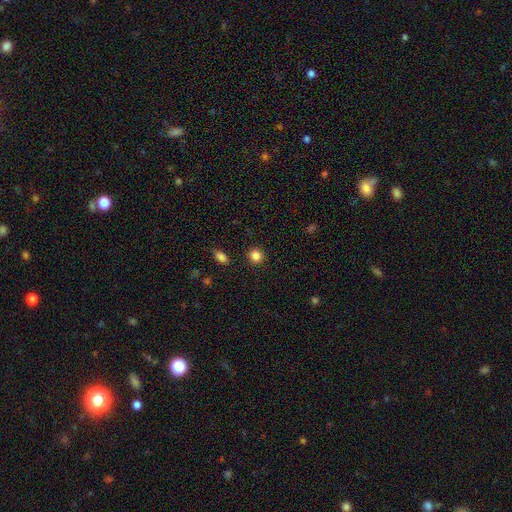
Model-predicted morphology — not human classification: Smooth or featured? smooth (86%)
How rounded? round (90%)
Merging? none (91%)